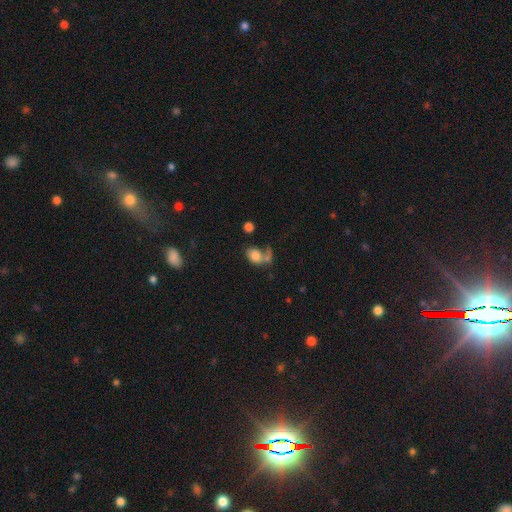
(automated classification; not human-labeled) Overall: smooth (74%). How rounded: in between (65%; round 33%). Merging: merger (37%; none 32%).